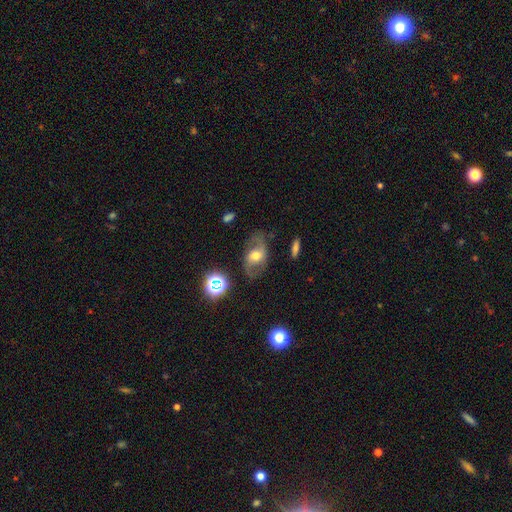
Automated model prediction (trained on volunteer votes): This is likely a featured or disk galaxy (67%). It is clearly not viewed edge-on (94%). Bar: marginally no (45%). Spiral arm pattern: clearly yes (85%). Spiral arm count: clearly 2 (88%). Spiral winding: possibly loose (53%). Central bulge: likely moderate (66%). Merging: likely none (74%).